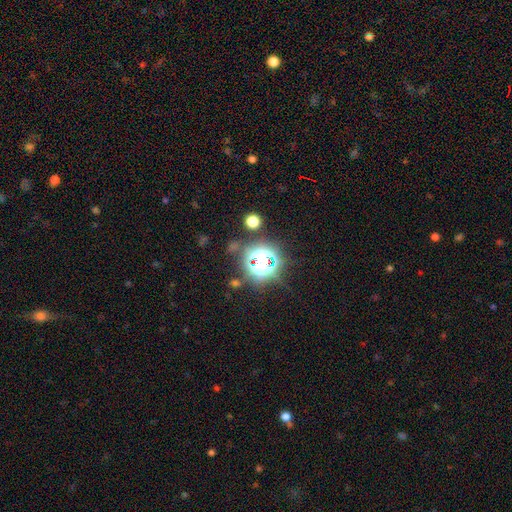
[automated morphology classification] A star or artifact, not a galaxy (76%).